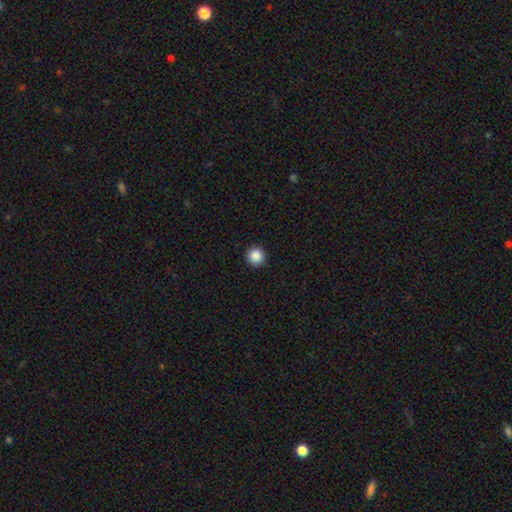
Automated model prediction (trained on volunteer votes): Q: Smooth or featured?
A: smooth (88%); runner-up: star or artifact (10%)
Q: How rounded?
A: round (96%); runner-up: in between (3%)
Q: Merging?
A: none (93%); runner-up: minor disturbance (5%)